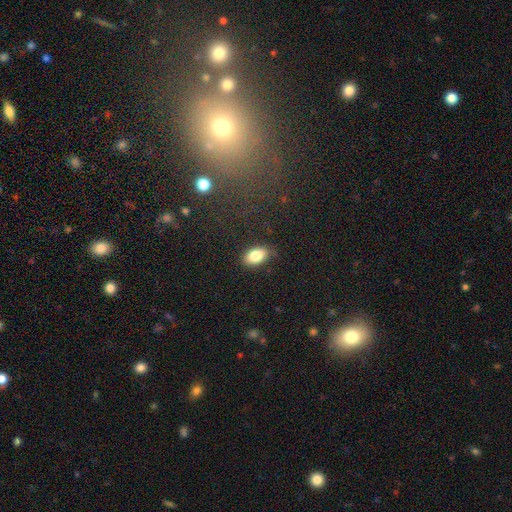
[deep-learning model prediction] Morphology: type=smooth (83%); roundness=in between (92%); merging=none (82%).